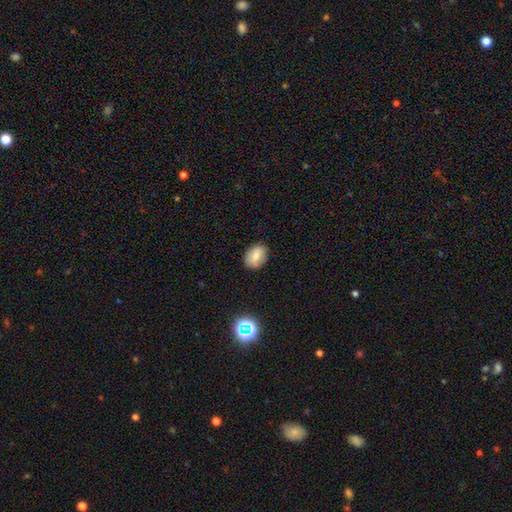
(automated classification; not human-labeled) This is likely a smooth galaxy (77%). How rounded: likely in between (71%). Merging: clearly none (85%).